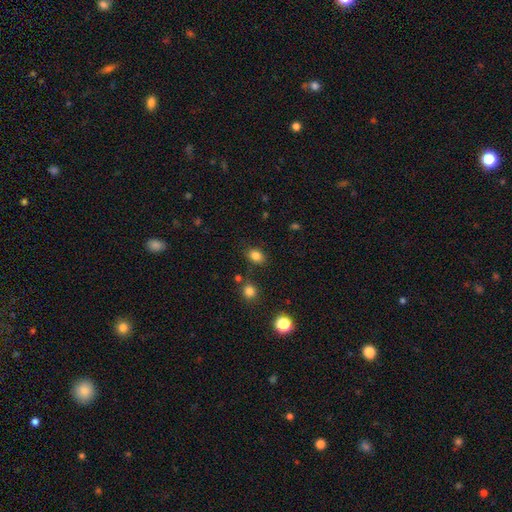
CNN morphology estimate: smooth_or_featured: smooth (p=0.83) [alt: star or artifact p=0.12]
how_rounded: in between (p=0.64) [alt: round p=0.35]
merging: none (p=0.81) [alt: minor disturbance p=0.12]